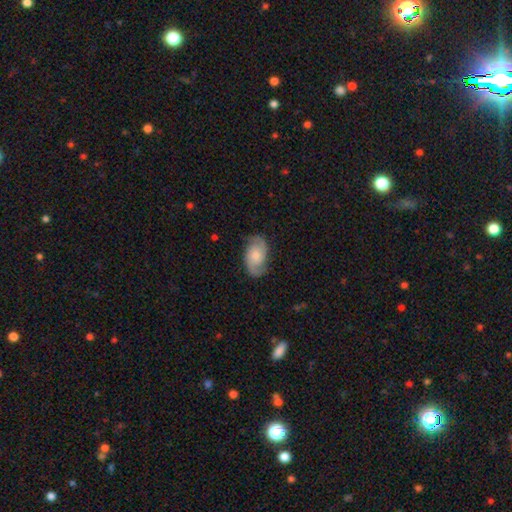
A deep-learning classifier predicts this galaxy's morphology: The model was most divided on "bulge size": small: 42%, moderate: 39%, none: 9%, large: 8%, dominant: 2%. Remaining: edge-on disk — no (97%); spiral arms — yes (94%); spiral arm count — 2 (90%); merging — none (78%); bar — no (71%); smooth or featured — featured or disk (71%); spiral winding — medium (48%).